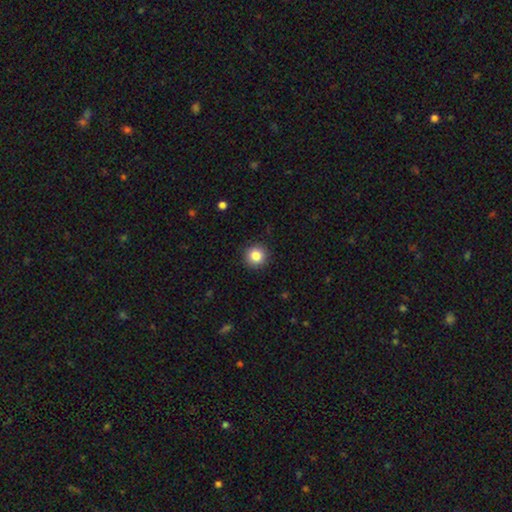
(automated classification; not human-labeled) smooth-or-featured: smooth: 85% | star or artifact: 10% | featured or disk: 6%
  how-rounded: round: 95% | in between: 5% | cigar-shaped: 1%
  merging: none: 92% | minor disturbance: 6% | major disturbance: 2% | merger: 1%